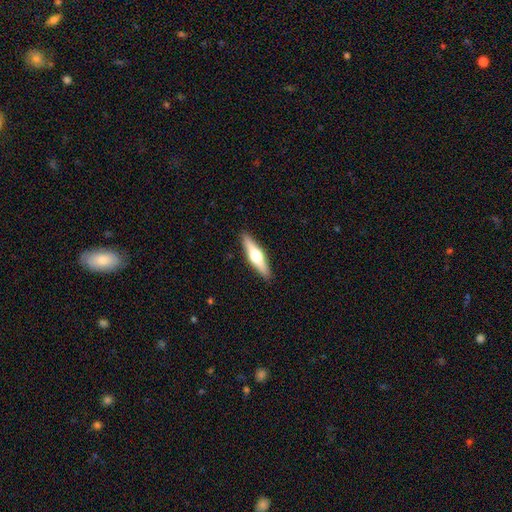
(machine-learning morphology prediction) type=featured or disk (58%); edge-on=yes (96%); edge-on bulge=rounded (94%); merging=none (91%).